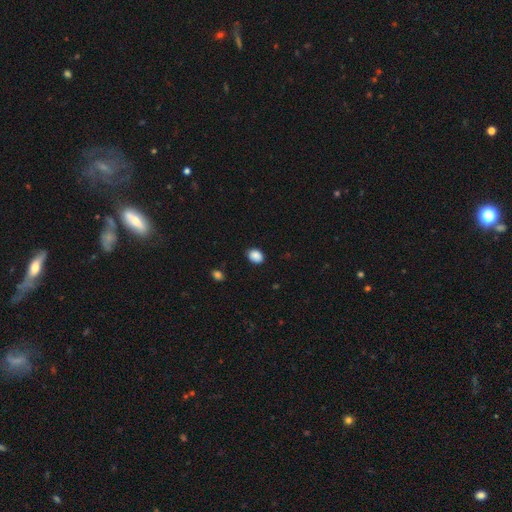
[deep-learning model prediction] This appears to be a smooth galaxy with no disk features (88%) that is in between round and cigar-shaped (58%). Merging: none (84%).